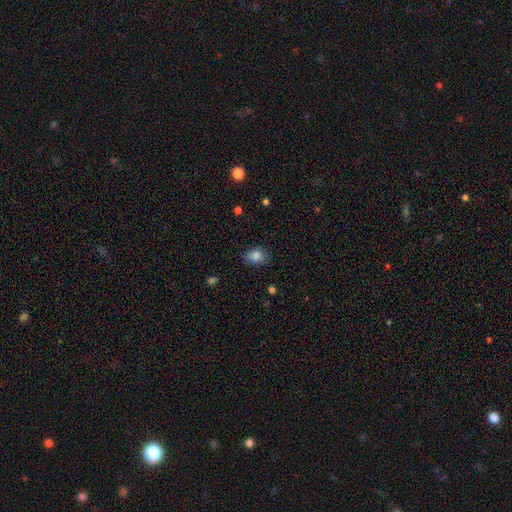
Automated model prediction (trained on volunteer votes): Smooth or featured? smooth (84%)
How rounded? in between (64%)
Merging? none (72%)